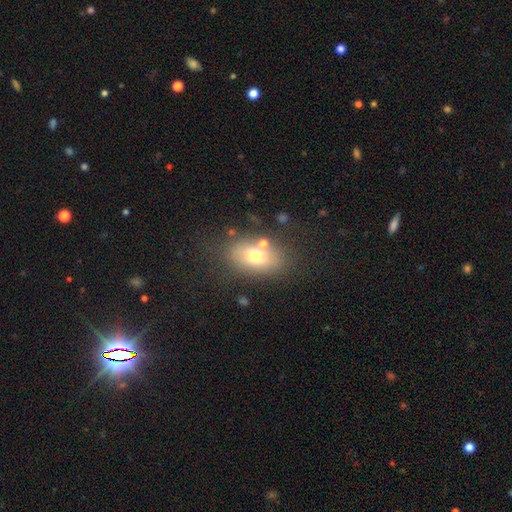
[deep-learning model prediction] The model was most divided on "smooth or featured": smooth: 66%, featured or disk: 23%, star or artifact: 11%. More confident: how rounded — in between (81%); merging — none (69%).